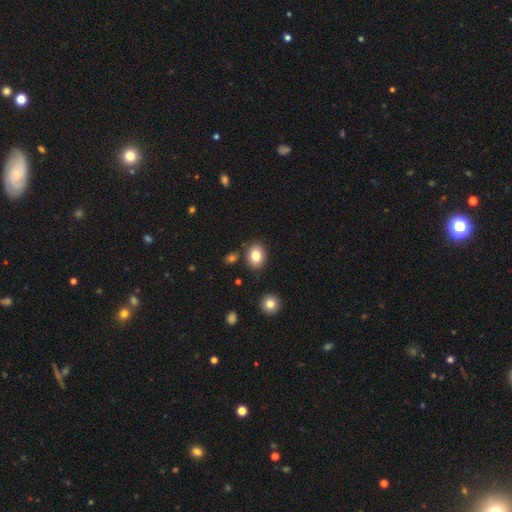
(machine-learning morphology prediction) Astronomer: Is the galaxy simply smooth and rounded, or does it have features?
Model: smooth — 81%.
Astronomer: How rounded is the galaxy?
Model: in between — 56% (runner-up: round, 43%).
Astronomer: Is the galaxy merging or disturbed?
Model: none — 82%.